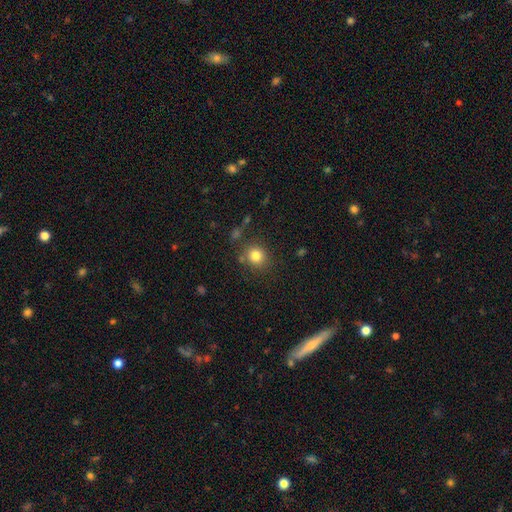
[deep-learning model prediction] This appears to be a smooth galaxy with no disk features (81%) that is round (86%). Merging: none (80%).